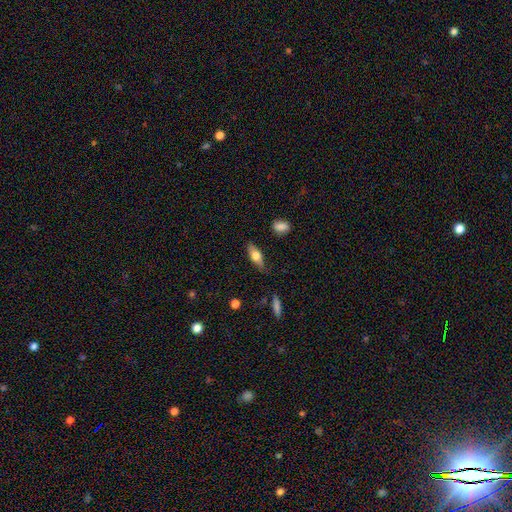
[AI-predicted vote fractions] smooth_or_featured: smooth (p=0.62) [alt: featured or disk p=0.32]
how_rounded: in between (p=0.65) [alt: cigar-shaped p=0.32]
merging: none (p=0.79) [alt: minor disturbance p=0.16]